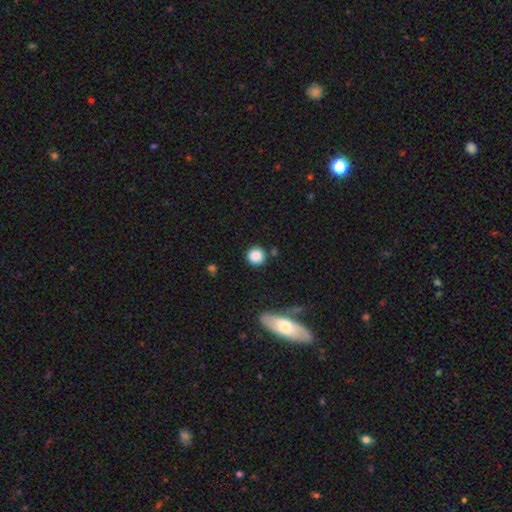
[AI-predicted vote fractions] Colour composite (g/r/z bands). It shows a smooth galaxy with no disk features (86%) that is round (92%). Merging: none (85%).